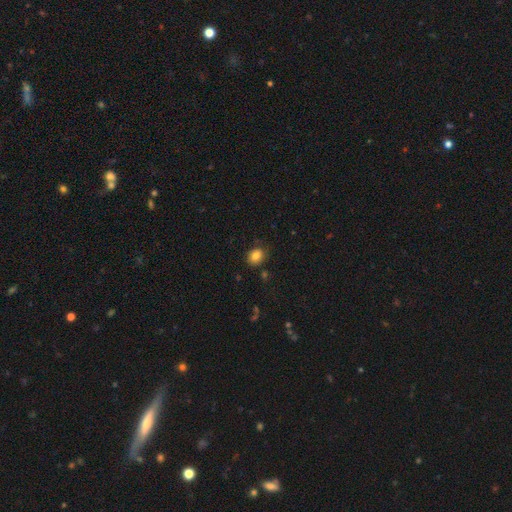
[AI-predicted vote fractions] Smooth or featured? Predicted: smooth (p=0.84). How rounded? Predicted: in between (p=0.52). Merging? Predicted: none (p=0.81).